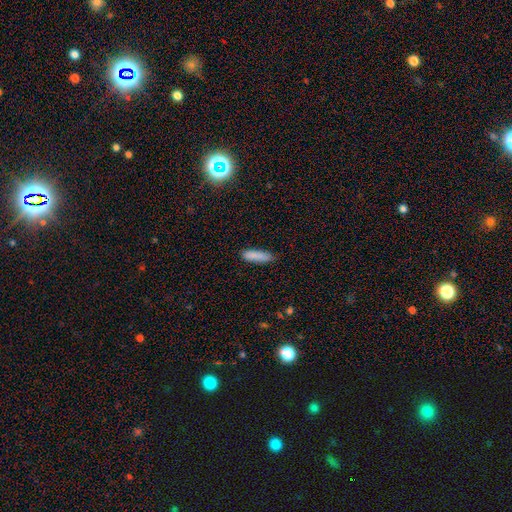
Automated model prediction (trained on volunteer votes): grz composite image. It shows a smooth galaxy with no disk features (87%) that is cigar-shaped (62%). Merging: none (81%).